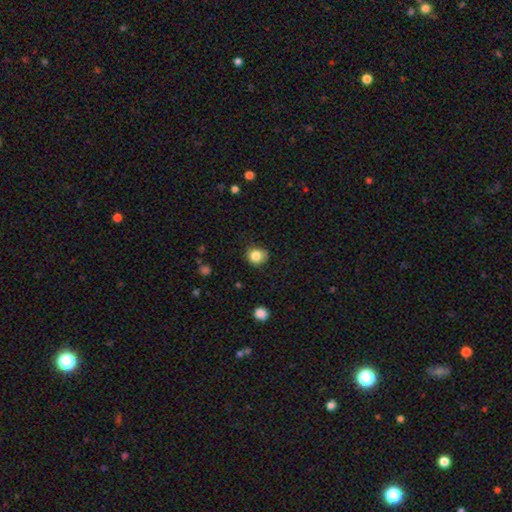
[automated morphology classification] smooth-or-featured: smooth: 84% | star or artifact: 10% | featured or disk: 6%
  how-rounded: round: 81% | in between: 18% | cigar-shaped: 1%
  merging: none: 72% | minor disturbance: 22% | major disturbance: 4% | merger: 1%